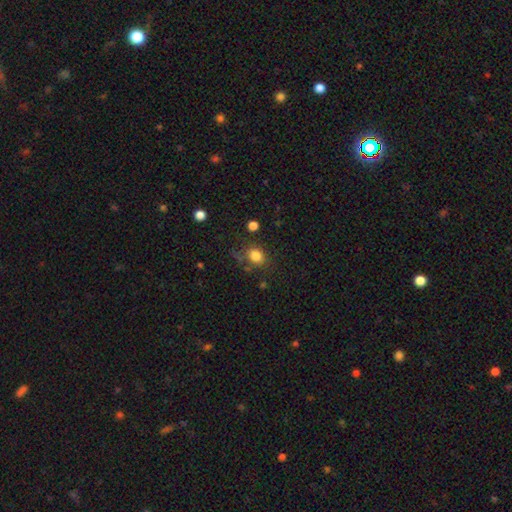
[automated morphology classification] Smooth or featured? Predicted: smooth (p=0.82). How rounded? Predicted: round (p=0.58). Merging? Predicted: none (p=0.71).